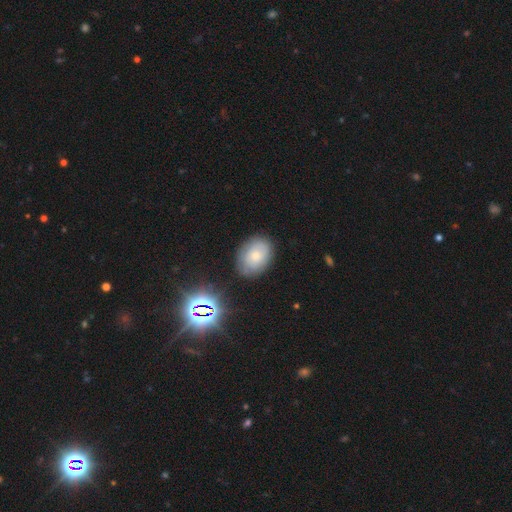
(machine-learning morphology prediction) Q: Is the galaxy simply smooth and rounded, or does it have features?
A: smooth — 66%.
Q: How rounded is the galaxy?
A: in between — 72%.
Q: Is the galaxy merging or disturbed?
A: none — 78%.